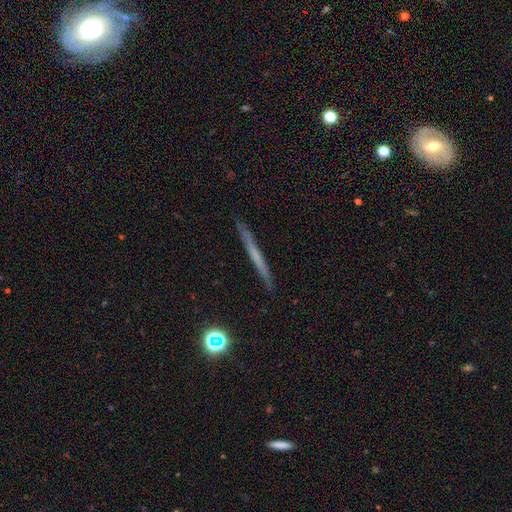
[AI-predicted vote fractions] Morphology: type=featured or disk (47%); merging=none (89%).